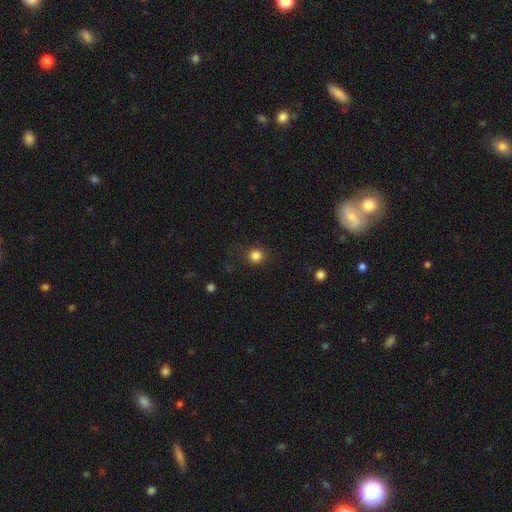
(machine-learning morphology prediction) smooth 84%, star or artifact 12%, featured or disk 4%. Down the decision tree: how rounded — round (86%); merging — none (86%).